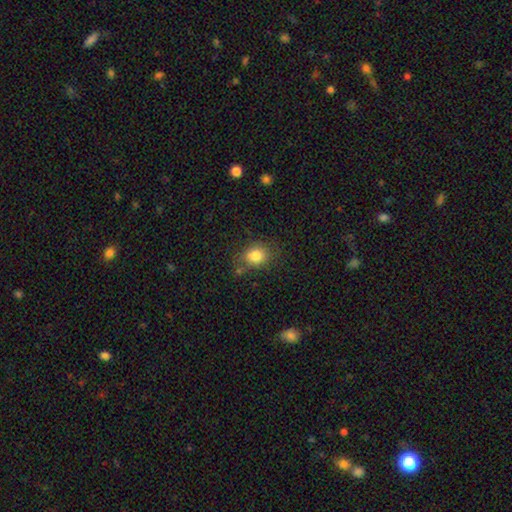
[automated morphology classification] type=smooth (82%); roundness=round (53%); merging=none (69%).